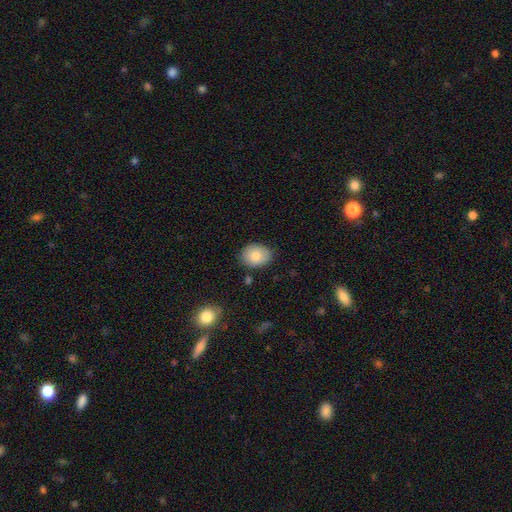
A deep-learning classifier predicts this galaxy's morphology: Overall: smooth (80%). How rounded: in between (59%; round 40%). Merging: none (81%).